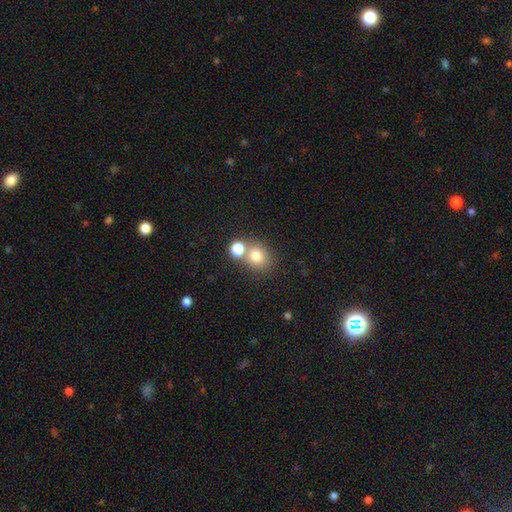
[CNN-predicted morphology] Smooth or featured? smooth (77%)
How rounded? round (77%)
Merging? none (54%)